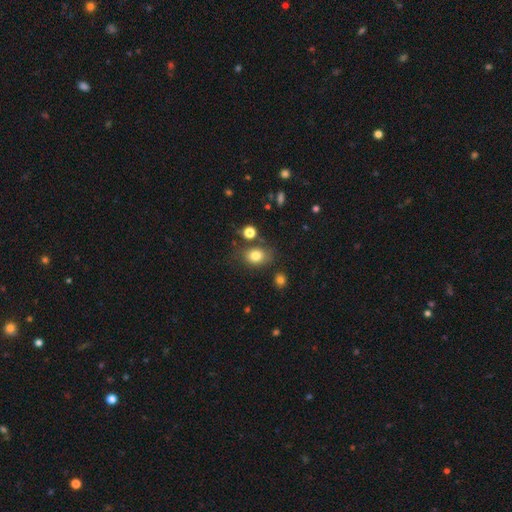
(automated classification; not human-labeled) smooth_or_featured: smooth (p=0.80) [alt: star or artifact p=0.11]
how_rounded: in between (p=0.57) [alt: round p=0.42]
merging: none (p=0.71) [alt: minor disturbance p=0.16]